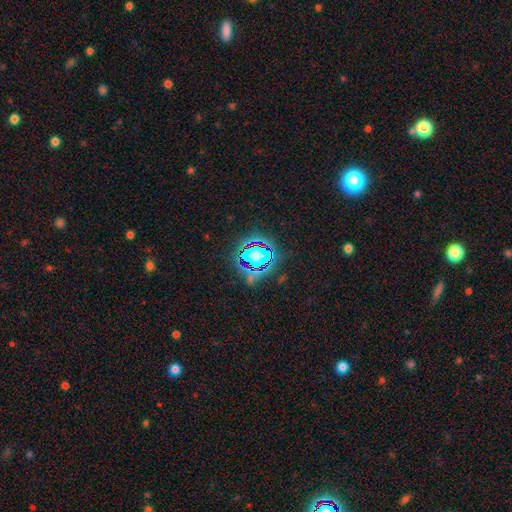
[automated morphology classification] Smooth or featured? Predicted: star or artifact (p=0.78).